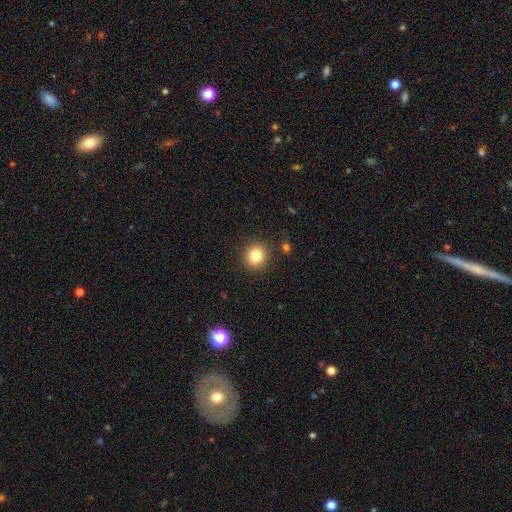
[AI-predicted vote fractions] The model was most divided on "smooth or featured": smooth: 82%, star or artifact: 11%, featured or disk: 6%. More confident: how rounded — round (90%); merging — none (90%).